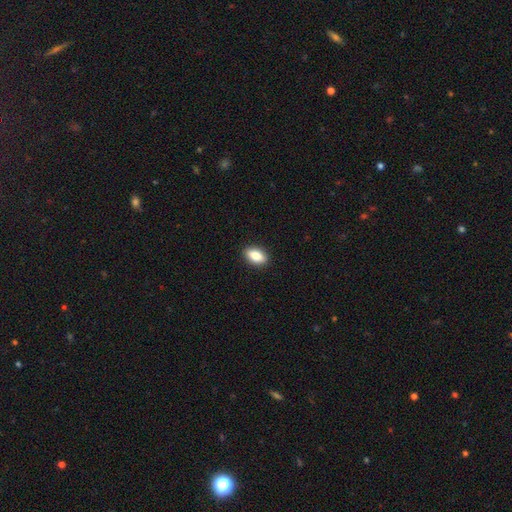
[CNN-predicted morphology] Smooth or featured? Predicted: smooth (p=0.83). How rounded? Predicted: in between (p=0.88). Merging? Predicted: none (p=0.90).